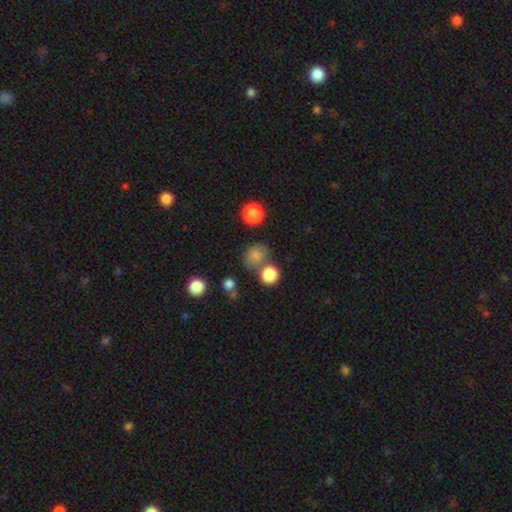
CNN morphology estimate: Smooth or featured?
  - smooth: 78% *
  - star or artifact: 15%
  - featured or disk: 7%
How rounded?
  - round: 74% *
  - in between: 25%
  - cigar-shaped: 1%
Merging?
  - none: 62% *
  - merger: 19%
  - minor disturbance: 13%
  - major disturbance: 5%